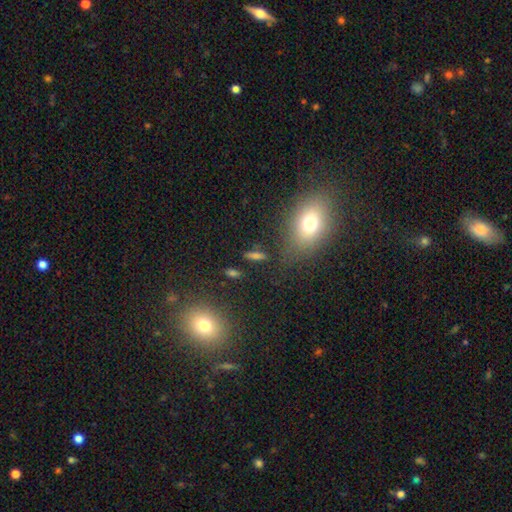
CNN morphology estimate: Q: Smooth or featured?
A: smooth (60%); runner-up: star or artifact (23%)
Q: How rounded?
A: in between (53%); runner-up: cigar-shaped (30%)
Q: Merging?
A: none (78%); runner-up: minor disturbance (12%)